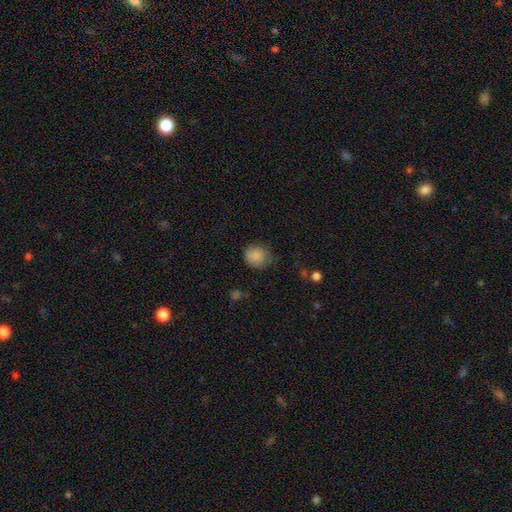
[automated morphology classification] The model was most divided on "merging": none: 60%, minor disturbance: 30%, major disturbance: 9%, merger: 2%. More confident: smooth or featured — smooth (84%); how rounded — round (74%).